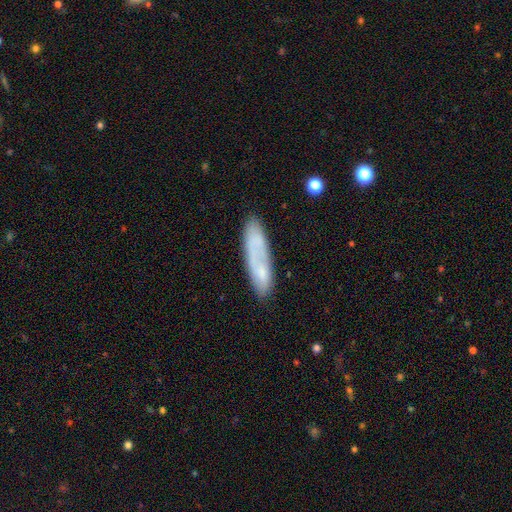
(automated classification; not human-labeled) smooth_or_featured: smooth (p=0.55) [alt: featured or disk p=0.36]
how_rounded: cigar-shaped (p=0.68) [alt: in between p=0.30]
merging: none (p=0.72) [alt: minor disturbance p=0.17]